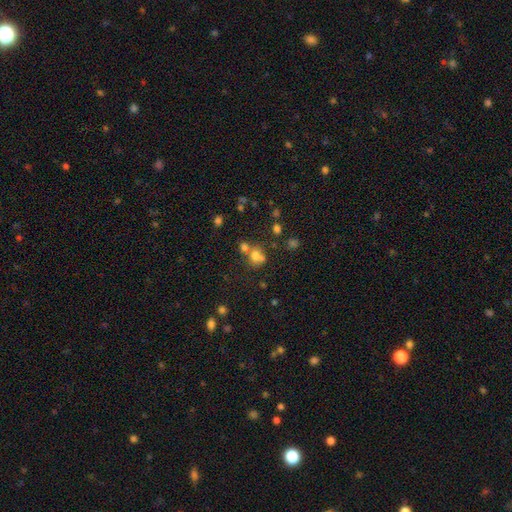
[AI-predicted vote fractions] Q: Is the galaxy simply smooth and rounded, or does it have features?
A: smooth — 65%.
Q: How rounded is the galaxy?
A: round — 74%.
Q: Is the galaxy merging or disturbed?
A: merger — 45%.